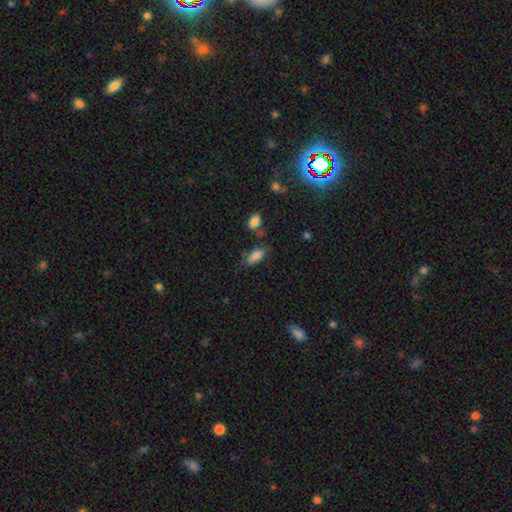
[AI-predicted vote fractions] Smooth or featured?
  - smooth: 83% *
  - star or artifact: 9%
  - featured or disk: 8%
How rounded?
  - in between: 86% *
  - cigar-shaped: 11%
  - round: 3%
Merging?
  - none: 59% *
  - minor disturbance: 24%
  - major disturbance: 9%
  - merger: 8%